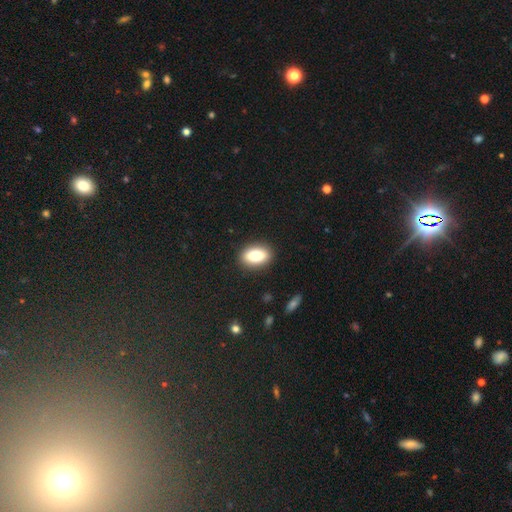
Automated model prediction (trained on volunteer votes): Overall: smooth (79%). How rounded: in between (85%). Merging: none (89%).